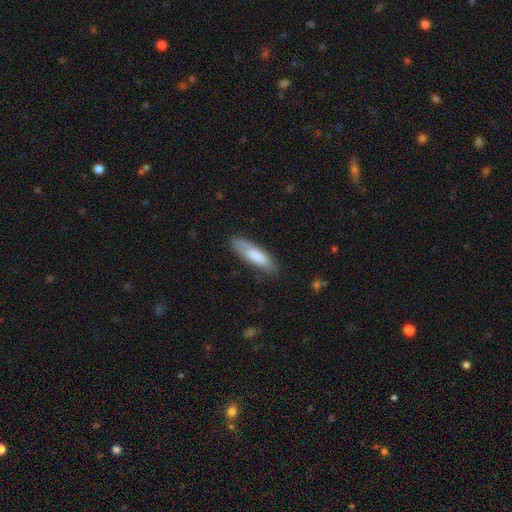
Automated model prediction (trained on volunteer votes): This appears to be a smooth galaxy with no disk features (78%) that is cigar-shaped (61%). Merging: none (79%).